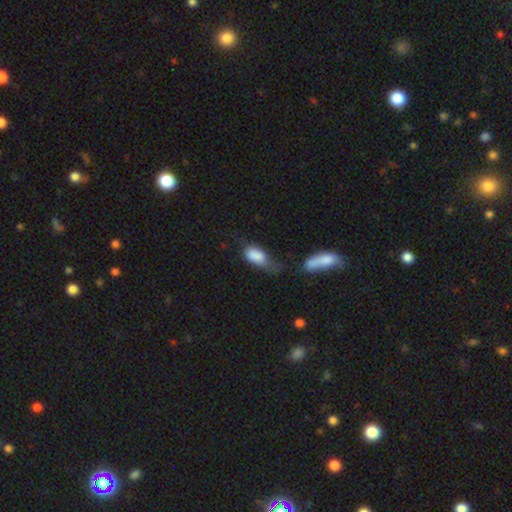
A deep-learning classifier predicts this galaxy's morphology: Smooth or featured?
  - smooth: 82% *
  - featured or disk: 11%
  - star or artifact: 7%
How rounded?
  - in between: 90% *
  - round: 6%
  - cigar-shaped: 5%
Merging?
  - major disturbance: 34% *
  - minor disturbance: 29%
  - none: 21%
  - merger: 16%